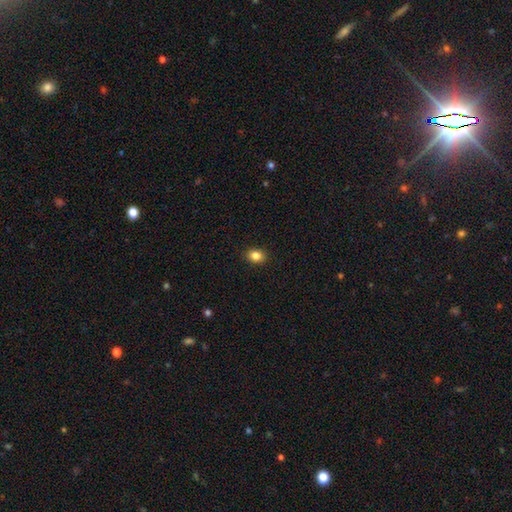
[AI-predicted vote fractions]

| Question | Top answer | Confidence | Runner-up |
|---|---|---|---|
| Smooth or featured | smooth | 85% | star or artifact (10%) |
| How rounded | in between | 53% | round (46%) |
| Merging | none | 91% | minor disturbance (7%) |